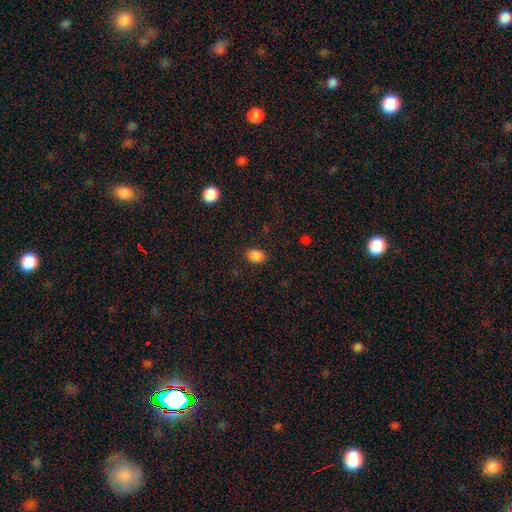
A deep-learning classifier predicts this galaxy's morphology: This appears to be a smooth galaxy with no disk features (86%) that is in between round and cigar-shaped (67%). Merging: none (87%).